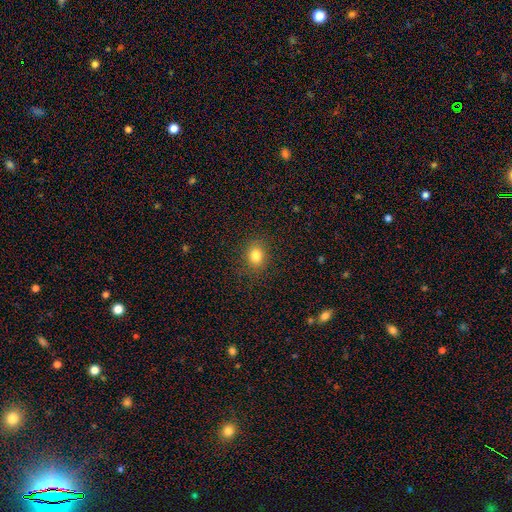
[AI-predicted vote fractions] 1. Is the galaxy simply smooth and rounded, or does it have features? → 81% smooth, 12% star or artifact, 6% featured or disk.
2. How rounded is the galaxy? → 65% round, 34% in between, 1% cigar-shaped.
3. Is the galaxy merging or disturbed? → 87% none, 9% minor disturbance, 3% major disturbance, 1% merger.